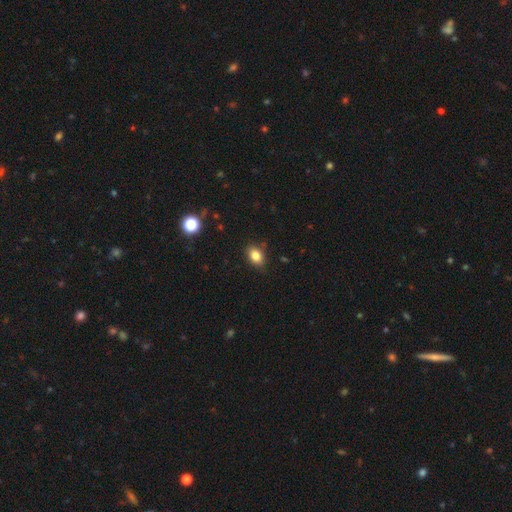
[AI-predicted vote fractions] Overall: smooth (83%). How rounded: in between (78%). Merging: none (83%).